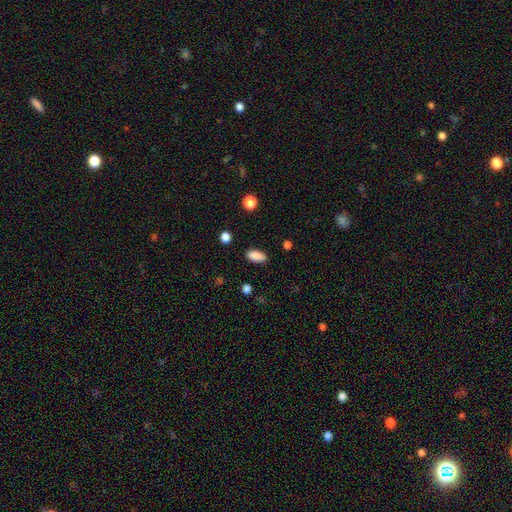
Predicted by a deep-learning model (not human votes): smooth_or_featured: smooth (p=0.88) [alt: star or artifact p=0.08]
how_rounded: in between (p=0.87) [alt: cigar-shaped p=0.10]
merging: none (p=0.86) [alt: minor disturbance p=0.10]